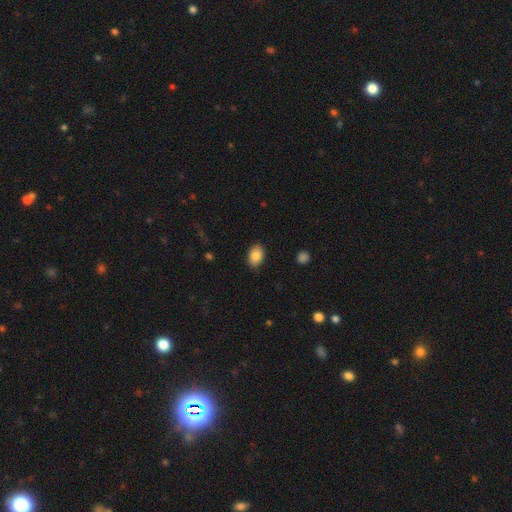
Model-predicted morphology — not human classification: This is clearly a smooth galaxy (87%). How rounded: clearly in between (84%). Merging: clearly none (84%).